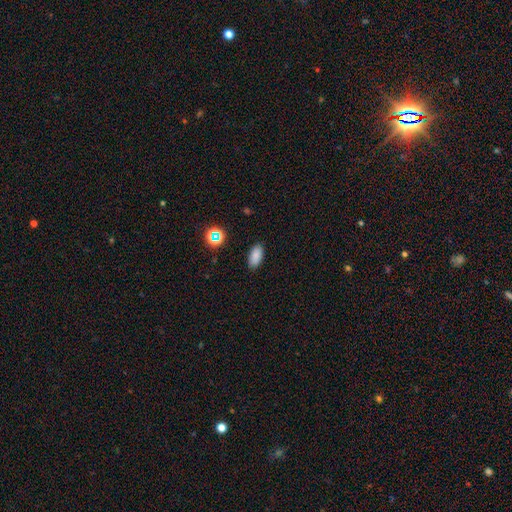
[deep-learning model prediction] The model was most divided on "smooth or featured": smooth: 84%, star or artifact: 11%, featured or disk: 5%. More confident: how rounded — in between (91%); merging — none (87%).